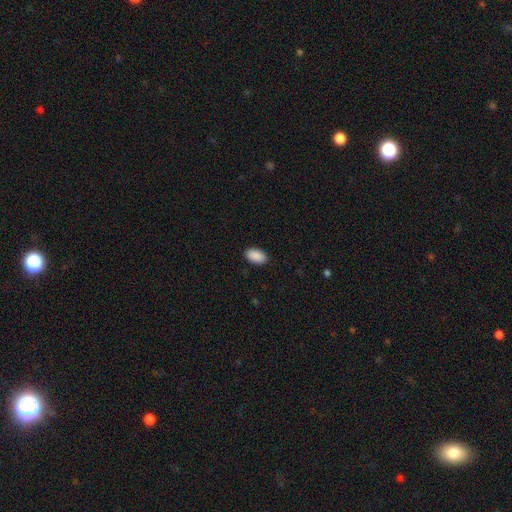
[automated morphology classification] This appears to be a smooth galaxy with no disk features (91%) that is in between round and cigar-shaped (95%). Merging: none (90%).